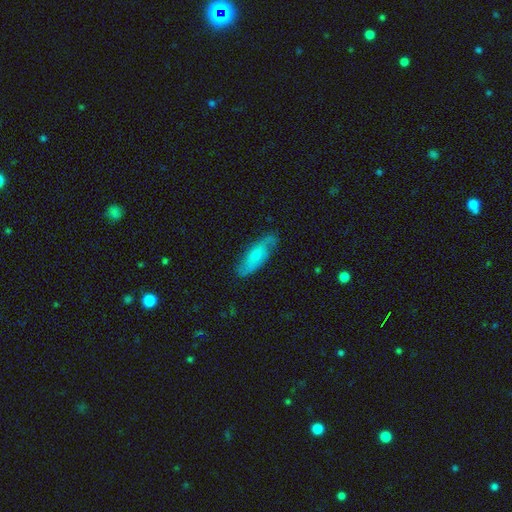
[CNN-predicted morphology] Q: Smooth or featured?
A: featured or disk (50%); runner-up: smooth (44%)
Q: Merging?
A: none (78%); runner-up: minor disturbance (17%)